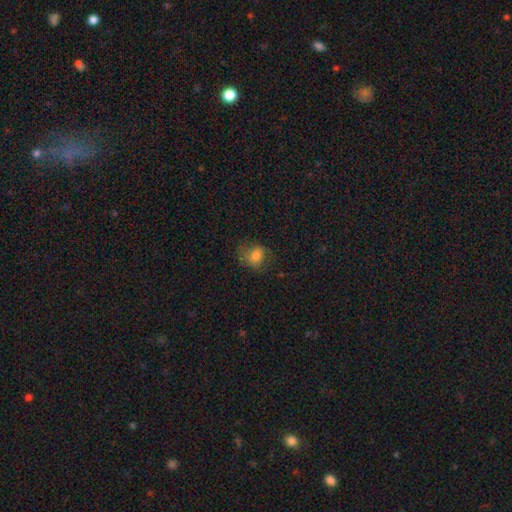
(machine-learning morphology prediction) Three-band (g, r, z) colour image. It shows a smooth galaxy with no disk features (72%) that is round (53%). Merging: none (59%).